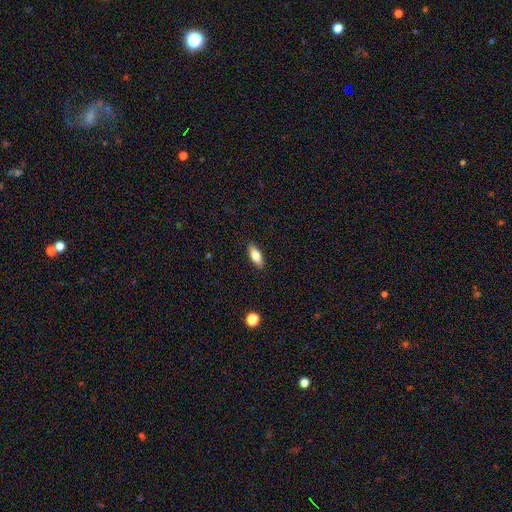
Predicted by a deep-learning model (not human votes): smooth 78%, featured or disk 16%, star or artifact 7%. Down the decision tree: how rounded — in between (75%); merging — none (89%).